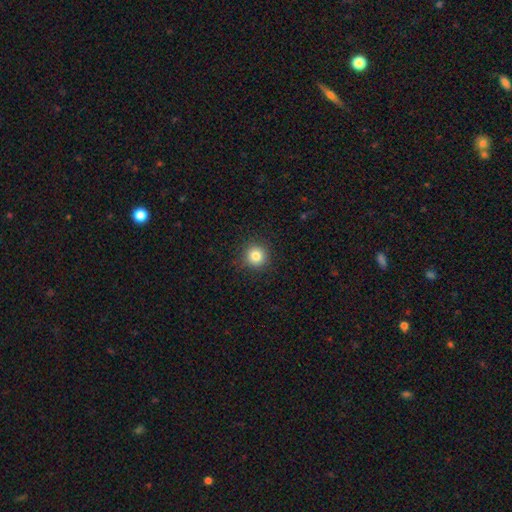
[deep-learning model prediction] Q: Smooth or featured?
A: smooth (83%); runner-up: star or artifact (12%)
Q: How rounded?
A: round (95%); runner-up: in between (4%)
Q: Merging?
A: none (91%); runner-up: minor disturbance (6%)